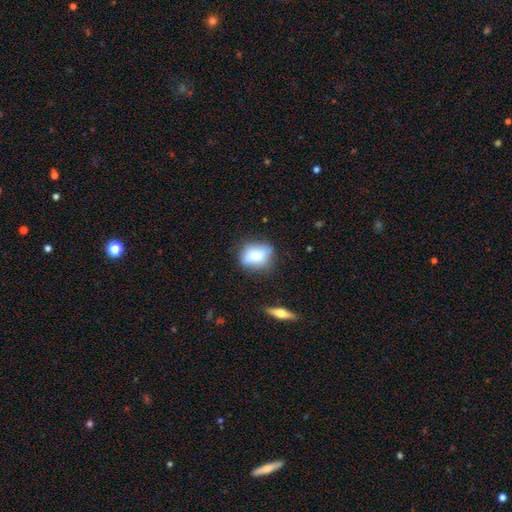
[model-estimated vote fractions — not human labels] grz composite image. It shows a smooth galaxy with no disk features (64%) that is in between round and cigar-shaped (55%). Merging: none (71%).